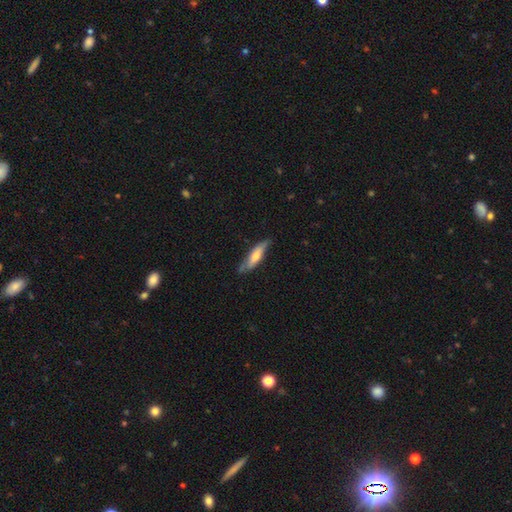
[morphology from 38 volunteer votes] A smooth galaxy with no disk features (53%) that is cigar-shaped (75%). Merging: none (66%).